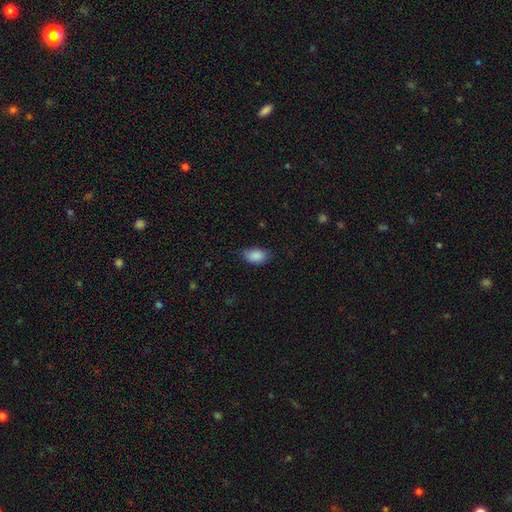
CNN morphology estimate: smooth-or-featured: smooth: 89% | star or artifact: 7% | featured or disk: 4%
  how-rounded: in between: 91% | round: 7% | cigar-shaped: 2%
  merging: none: 75% | minor disturbance: 20% | major disturbance: 4% | merger: 1%